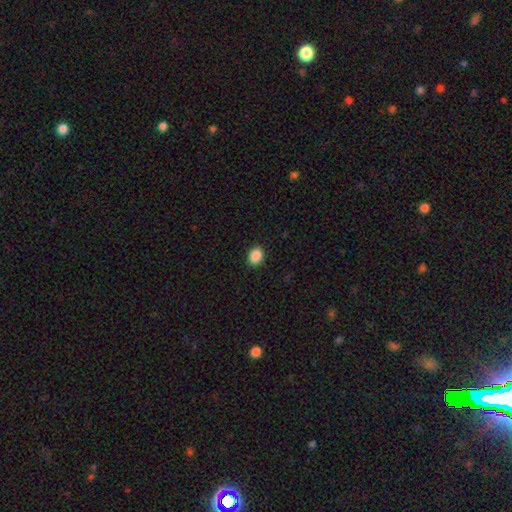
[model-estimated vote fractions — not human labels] A smooth galaxy with no disk features (89%) that is in between round and cigar-shaped (59%). Merging: none (91%).